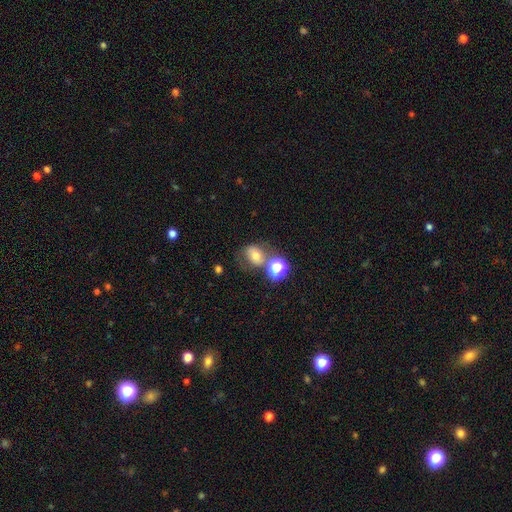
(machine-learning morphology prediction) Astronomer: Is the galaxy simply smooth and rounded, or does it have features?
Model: smooth — 60%.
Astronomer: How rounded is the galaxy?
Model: round — 54% (runner-up: in between, 45%).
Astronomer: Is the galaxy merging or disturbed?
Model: none — 47% (runner-up: merger, 23%).